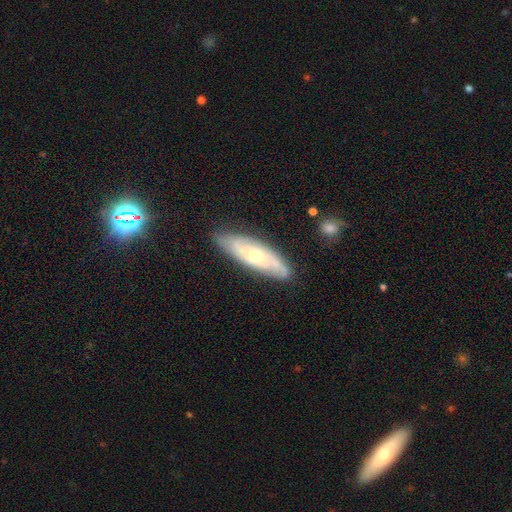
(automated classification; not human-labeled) Smooth or featured?
  - featured or disk: 68% *
  - smooth: 26%
  - star or artifact: 6%
Edge-on disk?
  - no: 74% *
  - yes: 26%
Bar?
  - no: 81% *
  - weak: 15%
  - strong: 4%
Spiral arms?
  - yes: 70% *
  - no: 30%
Bulge size?
  - moderate: 64% *
  - small: 31%
  - large: 3%
  - none: 1%
  - dominant: 1%
Merging?
  - none: 78% *
  - minor disturbance: 17%
  - major disturbance: 3%
  - merger: 2%